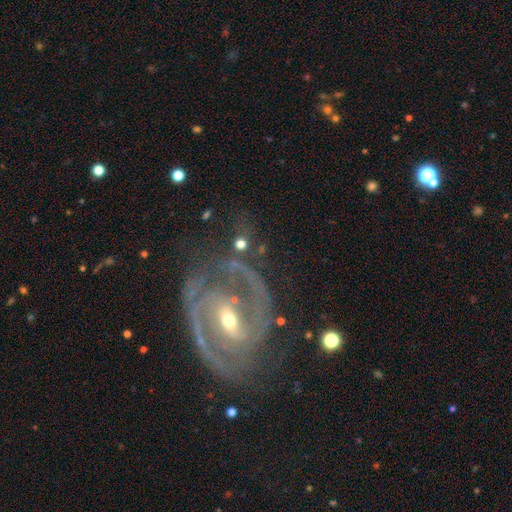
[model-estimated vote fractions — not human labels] Overall: featured or disk (90%). Edge-on disk: no (97%). Bar: strong (43%; weak 40%). Spiral arms: yes (97%). Spiral arm count: 2 (80%). Spiral winding: medium (46%; tight 45%). Bulge size: small (48%, tied with moderate). Merging: none (67%).